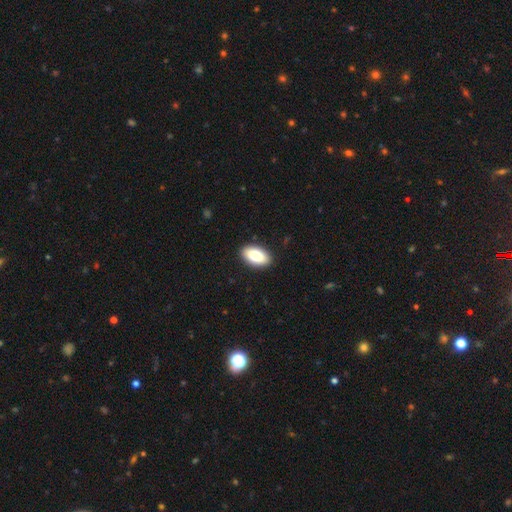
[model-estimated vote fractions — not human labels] Smooth or featured? smooth (83%)
How rounded? in between (94%)
Merging? none (90%)